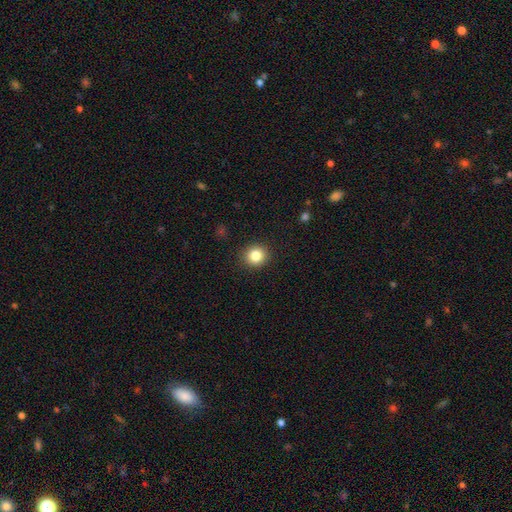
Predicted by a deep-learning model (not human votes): Smooth or featured?
  - smooth: 83% *
  - star or artifact: 11%
  - featured or disk: 6%
How rounded?
  - round: 87% *
  - in between: 12%
  - cigar-shaped: 1%
Merging?
  - none: 91% *
  - minor disturbance: 6%
  - major disturbance: 2%
  - merger: 1%